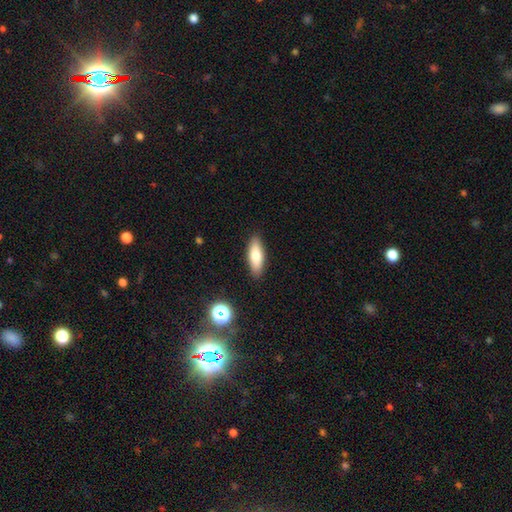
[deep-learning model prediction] This appears to be a smooth galaxy with no disk features (76%) that is in between round and cigar-shaped (60%). Merging: none (88%).